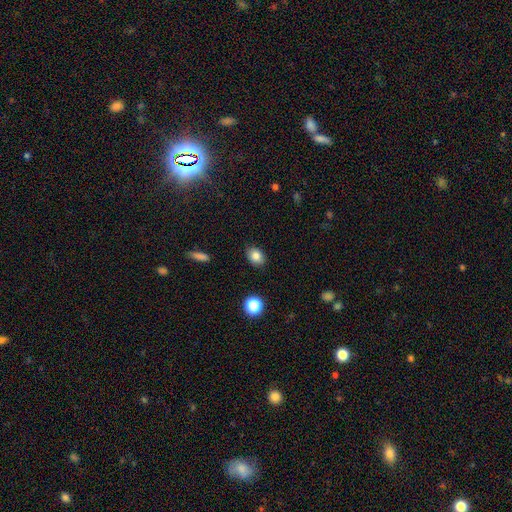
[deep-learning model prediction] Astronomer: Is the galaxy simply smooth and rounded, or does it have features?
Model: smooth — 82%.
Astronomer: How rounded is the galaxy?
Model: in between — 70%.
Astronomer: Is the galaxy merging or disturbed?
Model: none — 85%.